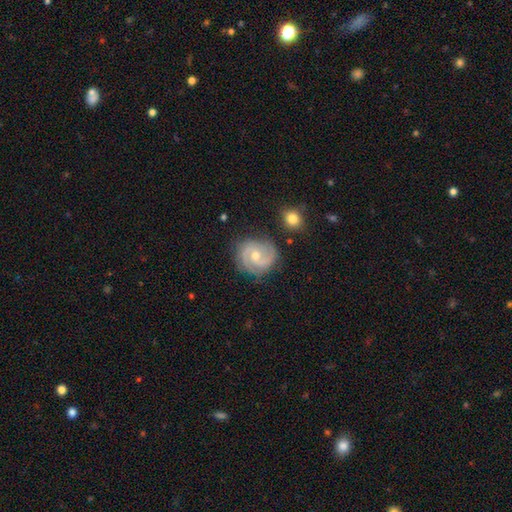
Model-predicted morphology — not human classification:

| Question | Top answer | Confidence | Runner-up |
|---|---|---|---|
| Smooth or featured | featured or disk | 85% | smooth (9%) |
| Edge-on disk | no | 98% | yes (2%) |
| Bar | no | 56% | weak (37%) |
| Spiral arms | yes | 96% | no (4%) |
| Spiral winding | tight | 49% | medium (41%) |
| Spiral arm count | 2 | 74% | 3 (10%) |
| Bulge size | moderate | 55% | small (42%) |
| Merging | none | 79% | minor disturbance (15%) |